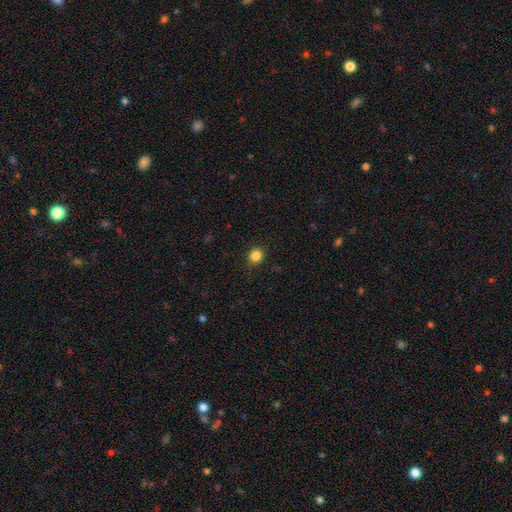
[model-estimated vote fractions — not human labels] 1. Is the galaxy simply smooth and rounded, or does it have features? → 85% smooth, 12% star or artifact, 4% featured or disk.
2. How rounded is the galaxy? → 85% round, 14% in between, 1% cigar-shaped.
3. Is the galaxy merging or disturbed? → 87% none, 9% minor disturbance, 3% major disturbance, 1% merger.